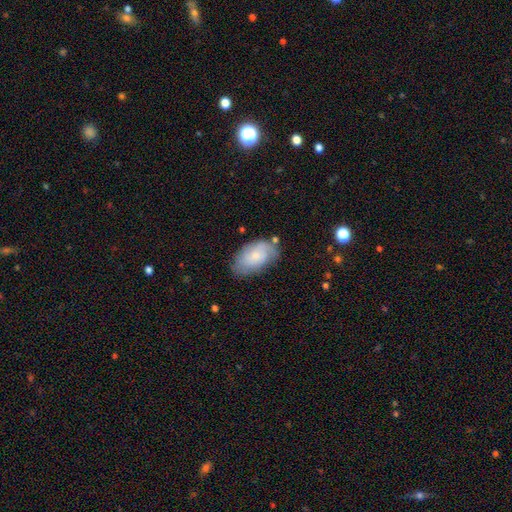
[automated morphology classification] This appears to be a smooth galaxy with no disk features (56%) that is in between round and cigar-shaped (93%). Merging: none (66%).